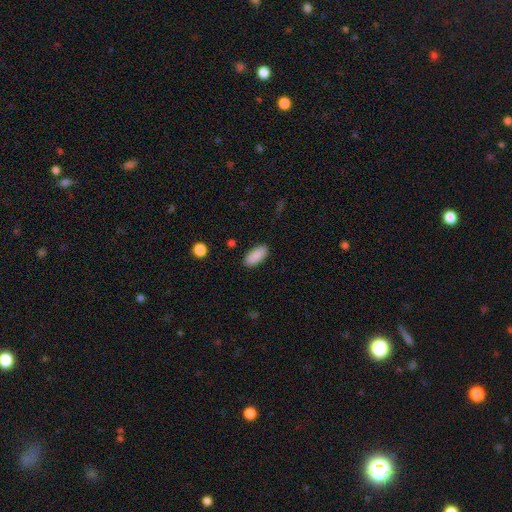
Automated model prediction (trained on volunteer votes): This appears to be a smooth galaxy with no disk features (90%) that is in between round and cigar-shaped (86%). Merging: none (89%).